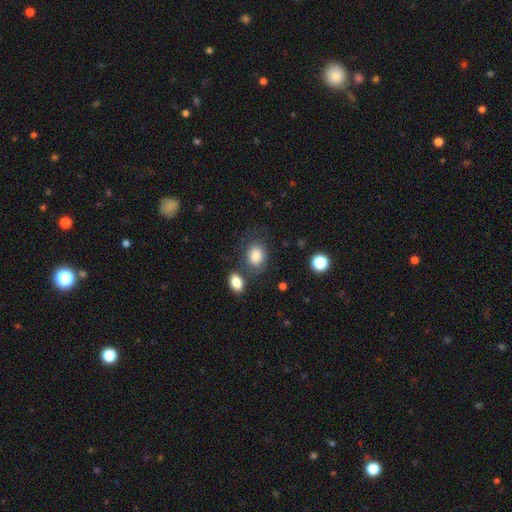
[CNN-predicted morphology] Smooth or featured? smooth (83%)
How rounded? in between (61%)
Merging? none (64%)